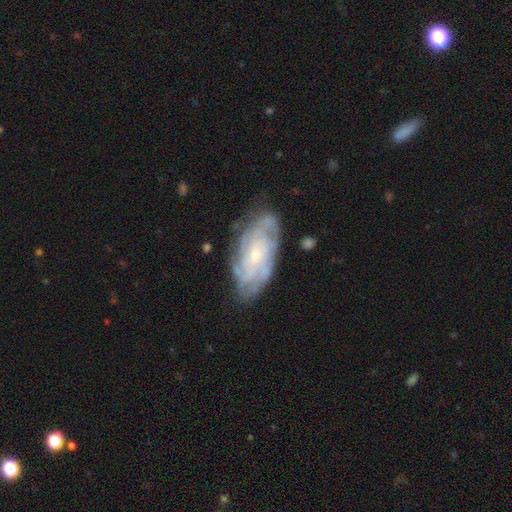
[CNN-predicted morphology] smooth-or-featured: featured or disk: 81% | smooth: 13% | star or artifact: 6%
  disk-edge-on: no: 94% | yes: 6%
    bar: no: 68% | weak: 27% | strong: 5%
    has-spiral-arms: yes: 95% | no: 5%
      spiral-winding: tight: 65% | medium: 29% | loose: 6%
      spiral-arm-count: can't tell: 34% | 4: 24% | 3: 17% | 2: 12% | more than 4: 8% | 1: 5%
    bulge-size: small: 62% | moderate: 32% | none: 3% | large: 2% | dominant: 1%
  merging: none: 76% | minor disturbance: 18% | major disturbance: 5% | merger: 2%